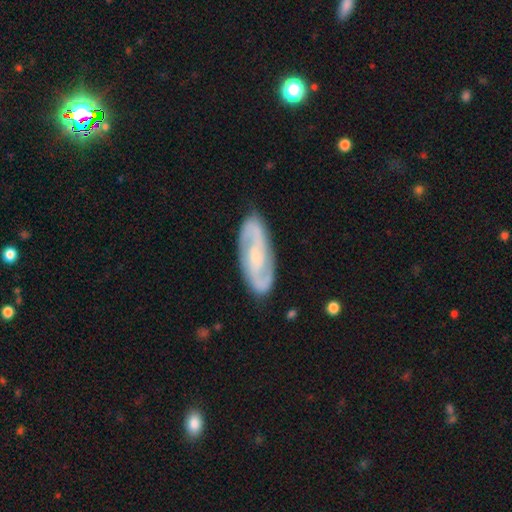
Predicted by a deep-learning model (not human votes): smooth-or-featured: featured or disk: 82% | smooth: 13% | star or artifact: 5%
  disk-edge-on: no: 93% | yes: 7%
    bar: weak: 41% | no: 38% | strong: 21%
    has-spiral-arms: yes: 95% | no: 5%
      spiral-winding: medium: 46% | tight: 41% | loose: 14%
      spiral-arm-count: 2: 88% | can't tell: 6% | 3: 2% | 1: 1% | 4: 1% | more than 4: 1%
    bulge-size: small: 47% | none: 27% | moderate: 20% | large: 4% | dominant: 1%
  merging: none: 86% | minor disturbance: 11% | major disturbance: 3% | merger: 1%